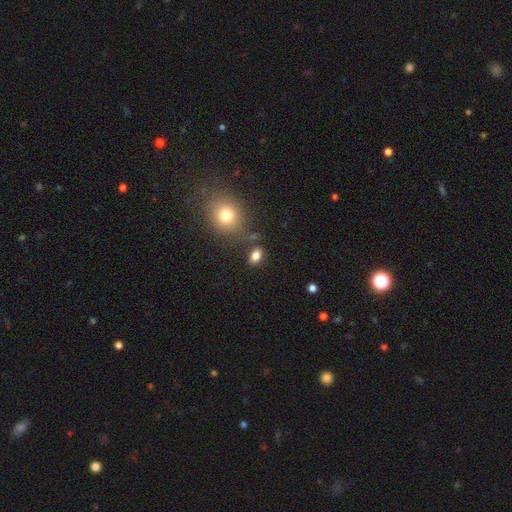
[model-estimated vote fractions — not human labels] Q: Smooth or featured?
A: smooth (82%); runner-up: star or artifact (12%)
Q: How rounded?
A: in between (76%); runner-up: round (22%)
Q: Merging?
A: none (75%); runner-up: minor disturbance (12%)